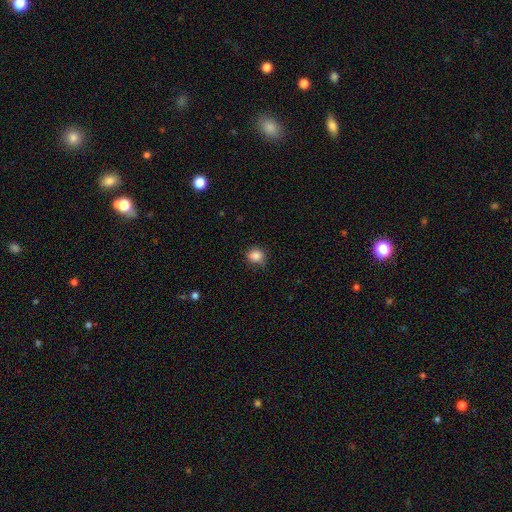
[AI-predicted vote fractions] Smooth or featured? smooth (86%)
How rounded? round (80%)
Merging? none (79%)